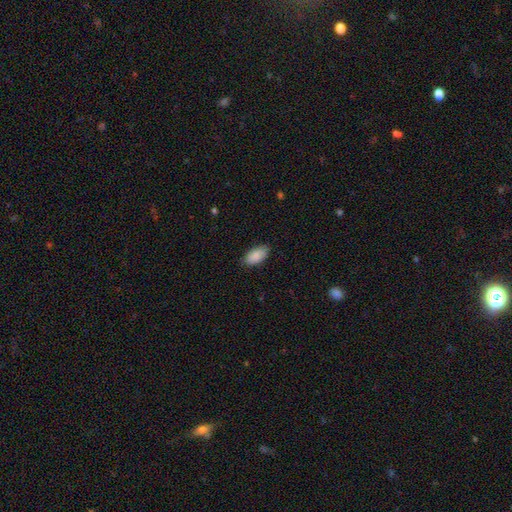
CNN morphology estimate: smooth_or_featured: smooth (p=0.89) [alt: star or artifact p=0.06]
how_rounded: in between (p=0.95) [alt: cigar-shaped p=0.03]
merging: none (p=0.85) [alt: minor disturbance p=0.12]